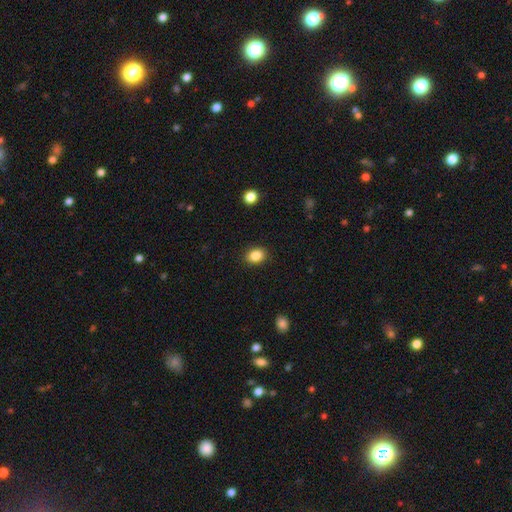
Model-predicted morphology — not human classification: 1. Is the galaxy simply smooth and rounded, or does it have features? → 86% smooth, 9% star or artifact, 5% featured or disk.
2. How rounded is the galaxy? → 62% in between, 37% round, 1% cigar-shaped.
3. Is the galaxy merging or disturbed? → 90% none, 7% minor disturbance, 2% major disturbance, 1% merger.